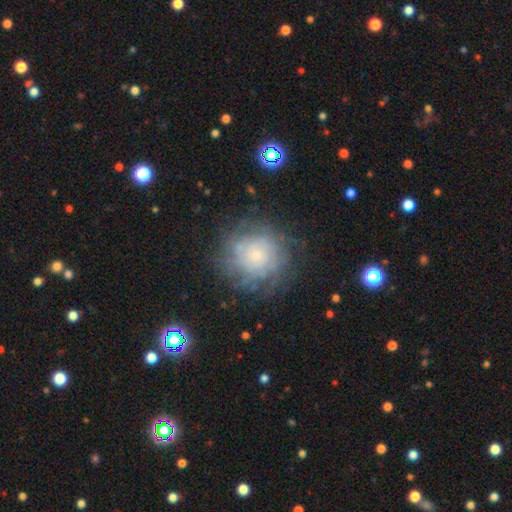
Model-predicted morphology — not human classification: type=featured or disk (55%); edge-on=no (97%); bar=no (86%); spiral arms=yes (75%); bulge=small (69%); merging=none (74%).